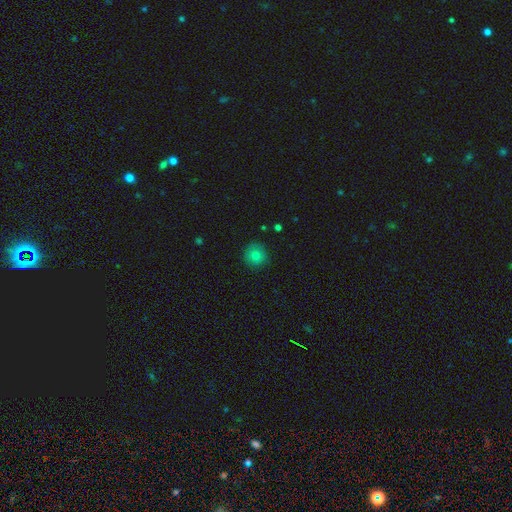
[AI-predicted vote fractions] Morphology: type=smooth (78%); roundness=round (93%); merging=none (88%).